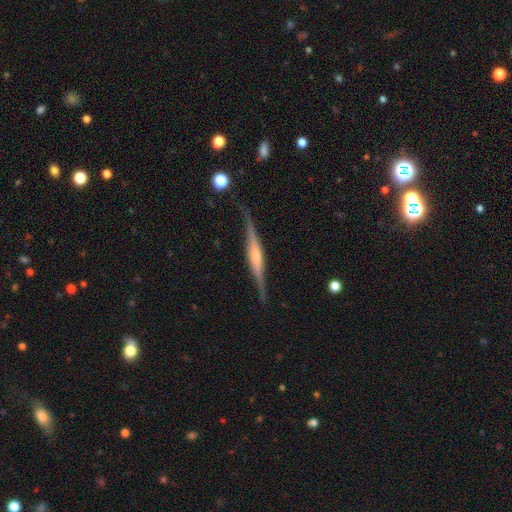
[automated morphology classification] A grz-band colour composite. It shows a featured or disk galaxy (80%) viewed edge-on (97%) with a rounded central bulge (60%). Merging: none (82%).